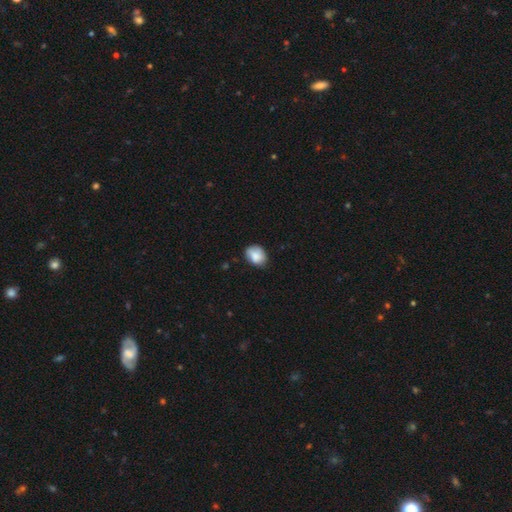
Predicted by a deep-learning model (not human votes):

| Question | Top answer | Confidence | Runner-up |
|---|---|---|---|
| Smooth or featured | smooth | 83% | featured or disk (9%) |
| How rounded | in between | 58% | round (41%) |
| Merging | none | 65% | minor disturbance (28%) |